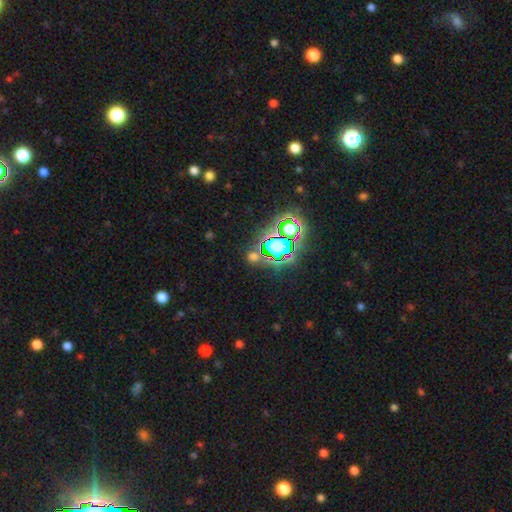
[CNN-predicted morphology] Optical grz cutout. It shows a star or artifact, not a galaxy (72%).